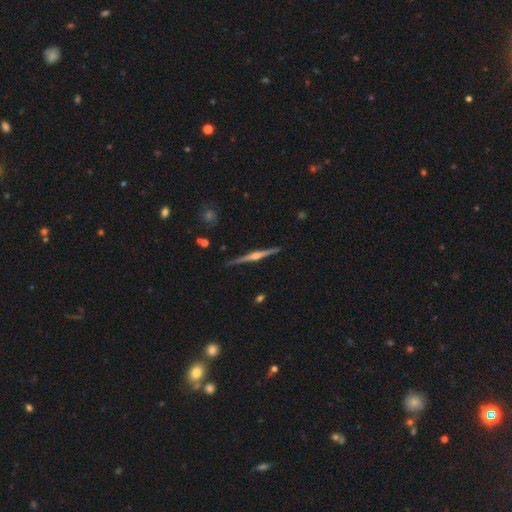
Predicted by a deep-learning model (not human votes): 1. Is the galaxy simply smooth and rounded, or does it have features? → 83% featured or disk, 12% smooth, 5% star or artifact.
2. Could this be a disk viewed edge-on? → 99% yes, 1% no.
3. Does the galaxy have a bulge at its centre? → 90% rounded, 6% boxy, 4% none.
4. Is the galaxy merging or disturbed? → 90% none, 7% minor disturbance, 1% major disturbance, 1% merger.